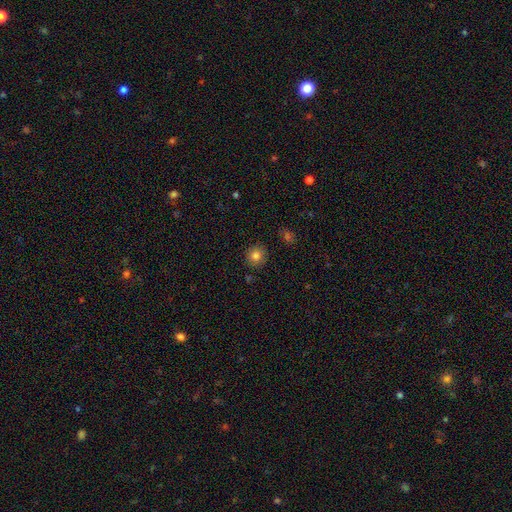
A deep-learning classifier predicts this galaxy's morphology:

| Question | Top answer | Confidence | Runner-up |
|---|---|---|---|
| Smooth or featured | smooth | 82% | star or artifact (11%) |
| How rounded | round | 89% | in between (10%) |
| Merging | none | 88% | minor disturbance (9%) |